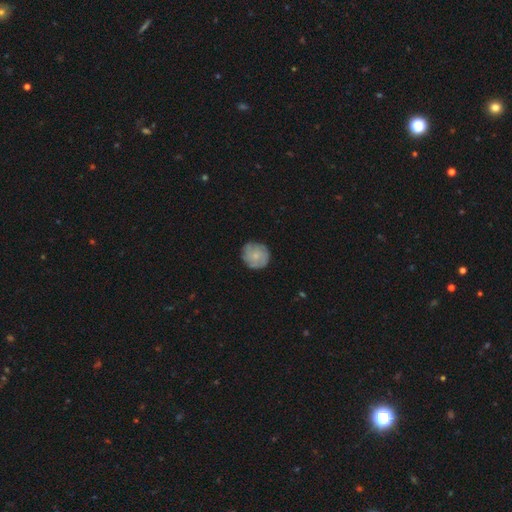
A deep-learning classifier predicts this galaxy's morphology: smooth_or_featured: smooth (p=0.64) [alt: featured or disk p=0.30]
how_rounded: round (p=0.91) [alt: in between p=0.08]
merging: none (p=0.79) [alt: minor disturbance p=0.16]